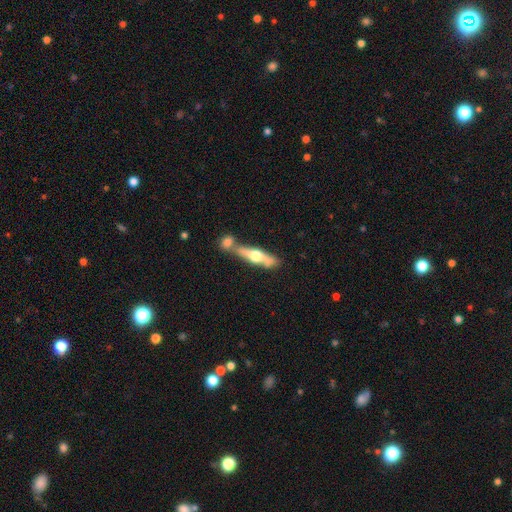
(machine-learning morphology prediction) smooth-or-featured: featured or disk: 55% | smooth: 40% | star or artifact: 5%
  disk-edge-on: yes: 86% | no: 14%
  merging: none: 52% | merger: 31% | minor disturbance: 12% | major disturbance: 4%